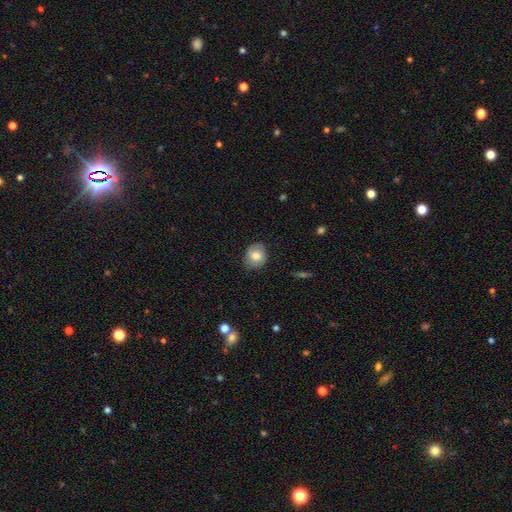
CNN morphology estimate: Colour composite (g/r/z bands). It shows a smooth galaxy with no disk features (75%) that is round (61%). Merging: none (77%).